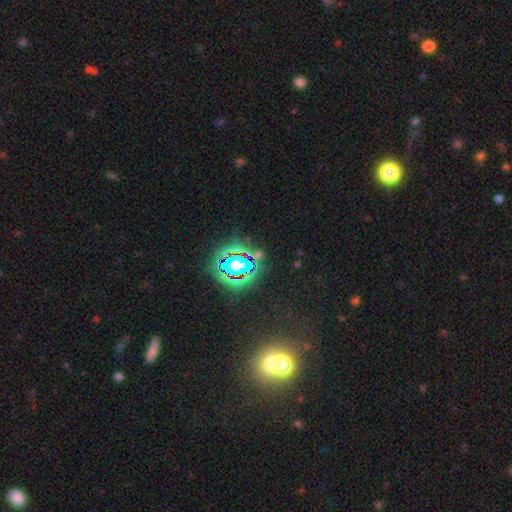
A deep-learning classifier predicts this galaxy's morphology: Smooth or featured: star or artifact — 73% (smooth — 16%)